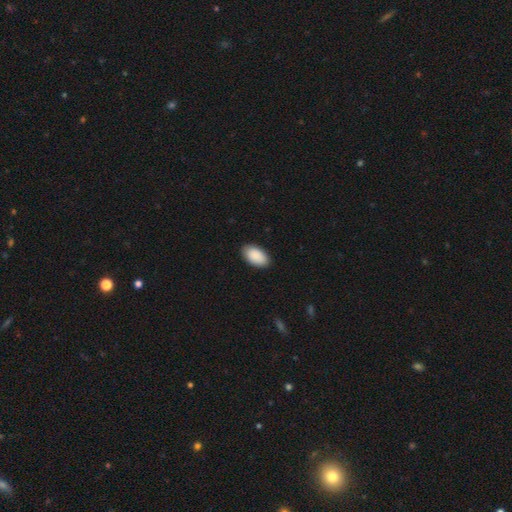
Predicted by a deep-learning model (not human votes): A smooth galaxy with no disk features (91%) that is in between round and cigar-shaped (96%).

Vote fractions:
- Smooth or featured? smooth: 91% / star or artifact: 6% / featured or disk: 3%
- How rounded? in between: 96% / round: 3% / cigar-shaped: 1%
- Merging? none: 88% / minor disturbance: 9% / major disturbance: 2% / merger: 1%